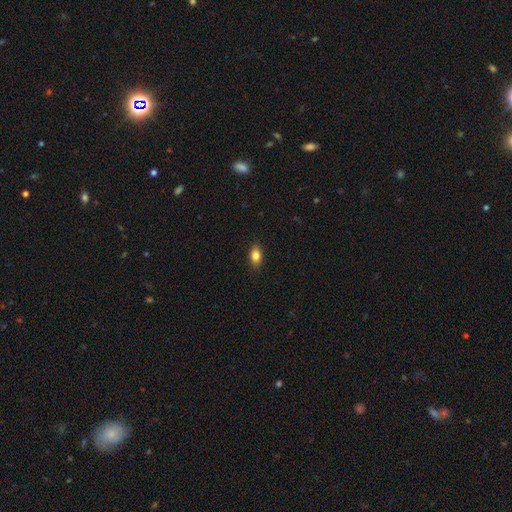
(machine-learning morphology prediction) A smooth galaxy with no disk features (82%) that is in between round and cigar-shaped (83%).

Vote fractions:
- Smooth or featured? smooth: 82% / featured or disk: 9% / star or artifact: 9%
- How rounded? in between: 83% / round: 12% / cigar-shaped: 4%
- Merging? none: 88% / minor disturbance: 9% / major disturbance: 2% / merger: 1%